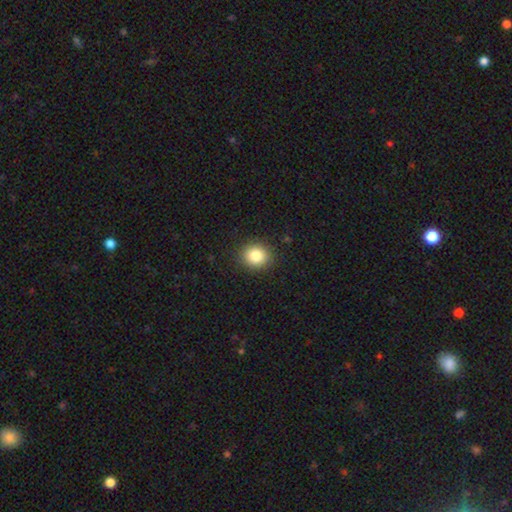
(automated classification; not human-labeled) smooth 83%, star or artifact 10%, featured or disk 6%. Down the decision tree: how rounded — round (76%); merging — none (90%).